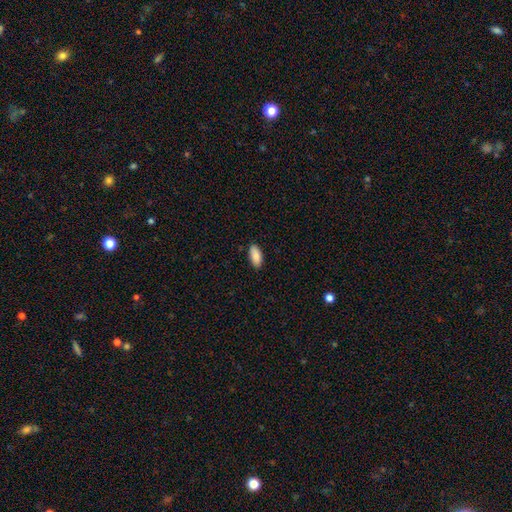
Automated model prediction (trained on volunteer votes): Smooth or featured: smooth — 89% (star or artifact — 6%)
How rounded: in between — 90% (cigar-shaped — 8%)
Merging: none — 88% (minor disturbance — 9%)